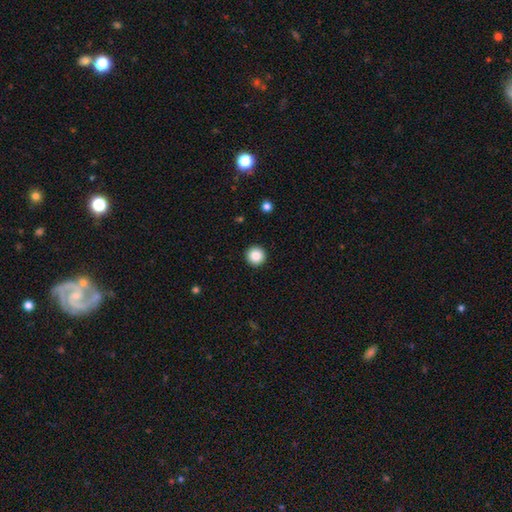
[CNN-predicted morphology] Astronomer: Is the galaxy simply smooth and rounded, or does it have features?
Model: smooth — 87%.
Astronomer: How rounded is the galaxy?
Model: round — 96%.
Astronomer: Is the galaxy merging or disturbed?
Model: none — 93%.